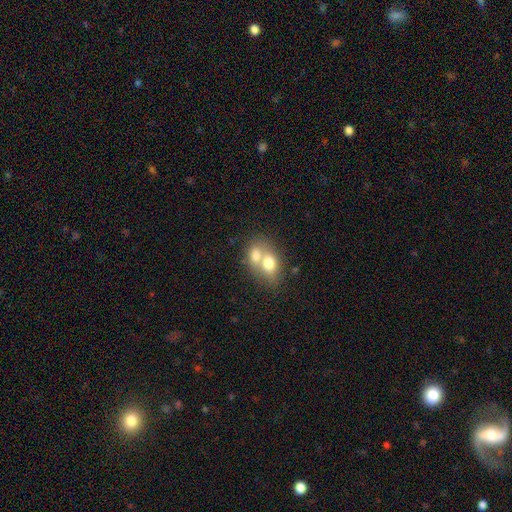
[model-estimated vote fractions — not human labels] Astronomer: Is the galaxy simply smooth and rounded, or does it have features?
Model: smooth — 70%.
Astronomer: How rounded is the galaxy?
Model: in between — 68%.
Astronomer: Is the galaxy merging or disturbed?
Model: merger — 71%.